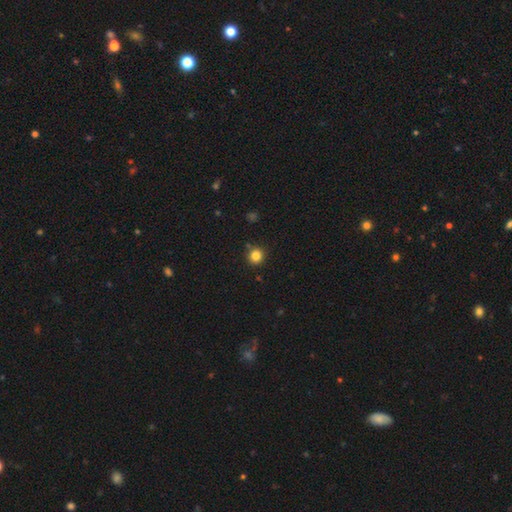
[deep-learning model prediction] The model was most divided on "smooth or featured": smooth: 83%, star or artifact: 12%, featured or disk: 5%. More confident: how rounded — round (94%); merging — none (89%).